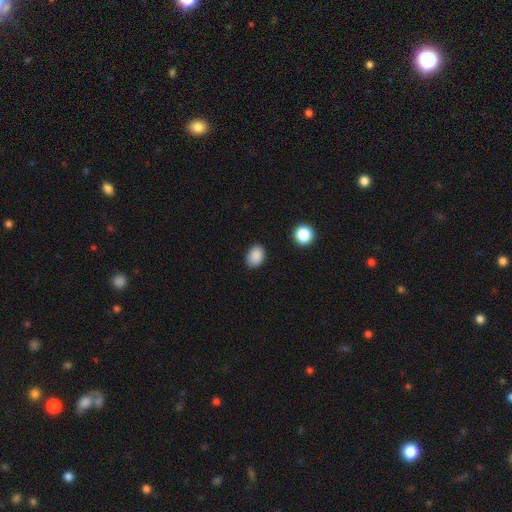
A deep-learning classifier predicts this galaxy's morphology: smooth-or-featured: smooth: 87% | star or artifact: 9% | featured or disk: 3%
  how-rounded: in between: 73% | round: 26% | cigar-shaped: 1%
  merging: none: 84% | minor disturbance: 12% | major disturbance: 3% | merger: 2%